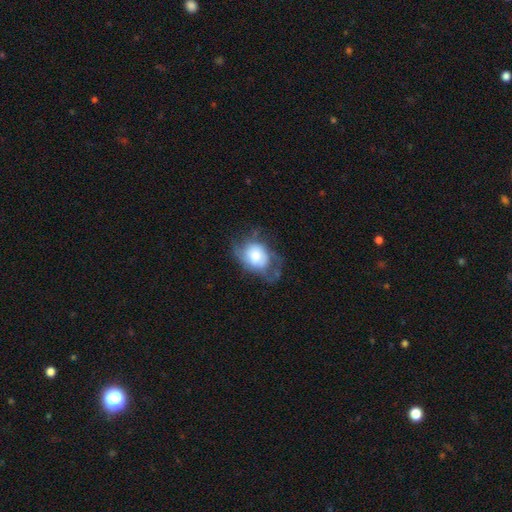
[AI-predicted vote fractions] This appears to be a smooth galaxy with no disk features (48%). Merging: none (37%).